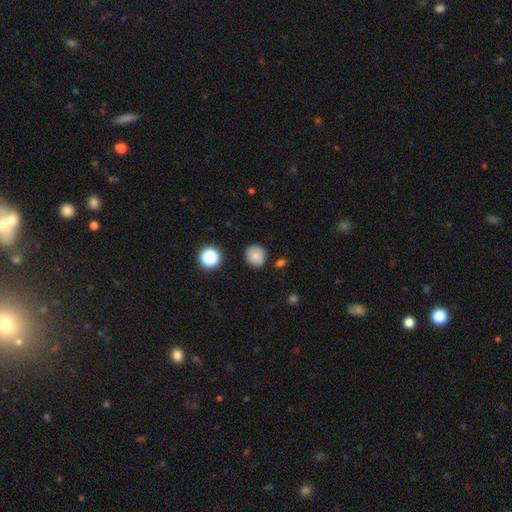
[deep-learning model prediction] A smooth galaxy with no disk features (82%) that is round (89%). Merging: none (86%).